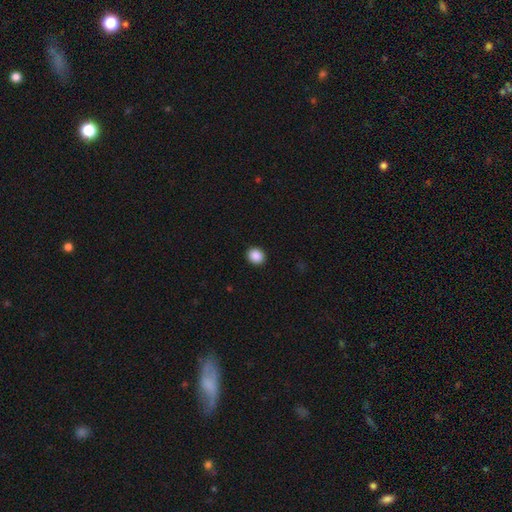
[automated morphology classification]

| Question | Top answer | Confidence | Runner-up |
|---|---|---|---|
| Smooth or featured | smooth | 89% | star or artifact (8%) |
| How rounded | round | 77% | in between (22%) |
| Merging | none | 92% | minor disturbance (5%) |